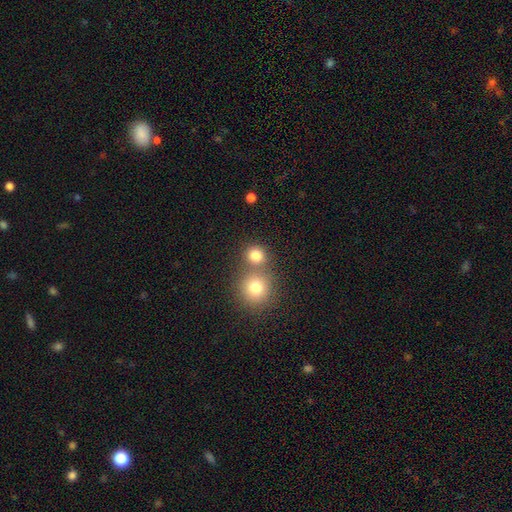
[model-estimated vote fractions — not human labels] A smooth galaxy with no disk features (81%) that is round (86%). Merging: none (59%).